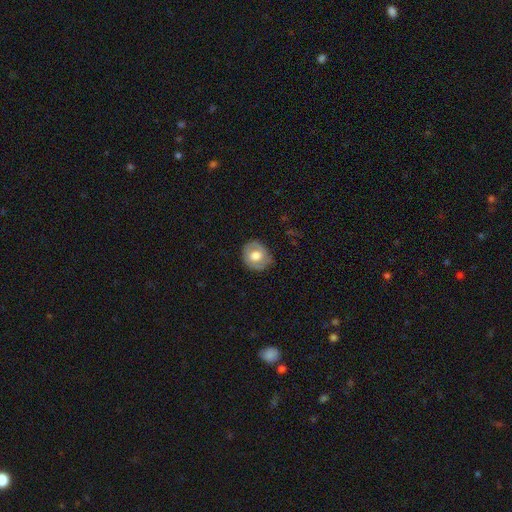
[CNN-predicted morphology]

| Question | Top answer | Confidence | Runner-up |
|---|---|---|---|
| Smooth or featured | smooth | 60% | featured or disk (33%) |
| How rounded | round | 71% | in between (28%) |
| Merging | none | 79% | minor disturbance (16%) |